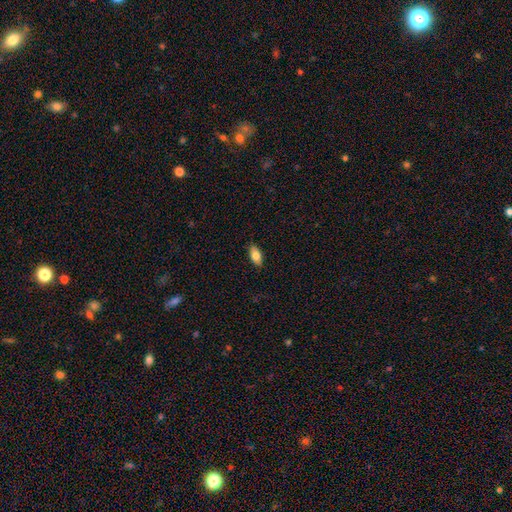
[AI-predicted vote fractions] Smooth or featured?
  - smooth: 80% *
  - featured or disk: 13%
  - star or artifact: 7%
How rounded?
  - in between: 89% *
  - cigar-shaped: 8%
  - round: 3%
Merging?
  - none: 87% *
  - minor disturbance: 10%
  - major disturbance: 2%
  - merger: 1%